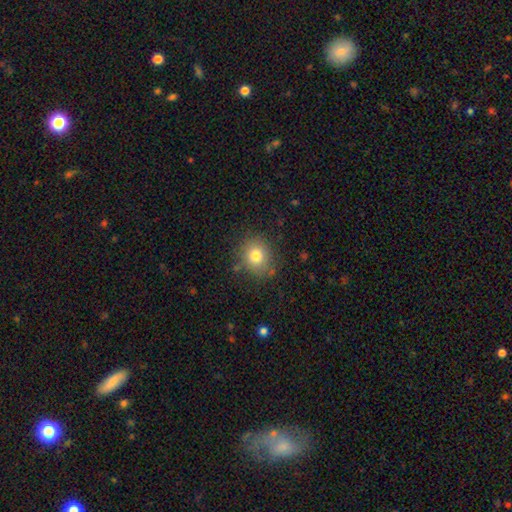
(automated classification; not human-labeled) Smooth or featured: smooth — 79% (star or artifact — 12%)
How rounded: round — 79% (in between — 21%)
Merging: none — 83% (minor disturbance — 12%)